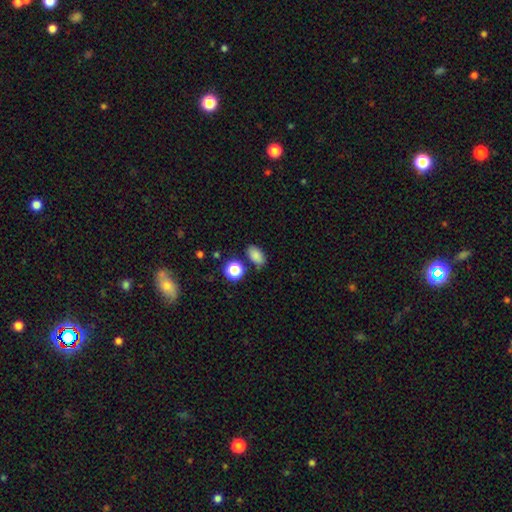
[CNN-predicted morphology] This appears to be a smooth galaxy with no disk features (83%) that is in between round and cigar-shaped (87%). Merging: none (78%).